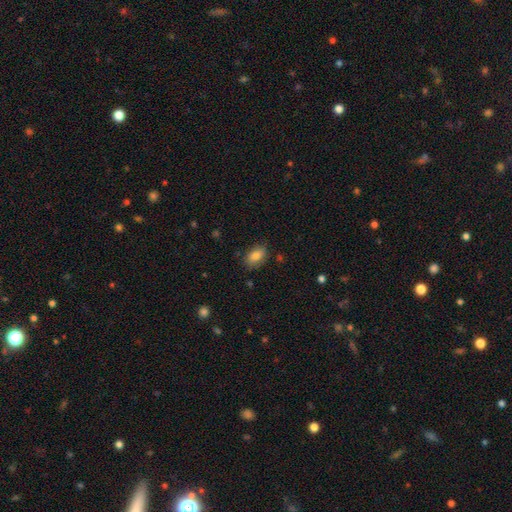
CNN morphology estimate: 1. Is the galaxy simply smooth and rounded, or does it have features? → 82% smooth, 10% featured or disk, 8% star or artifact.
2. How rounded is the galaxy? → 90% in between, 8% round, 3% cigar-shaped.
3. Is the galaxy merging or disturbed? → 82% none, 14% minor disturbance, 3% major disturbance, 2% merger.